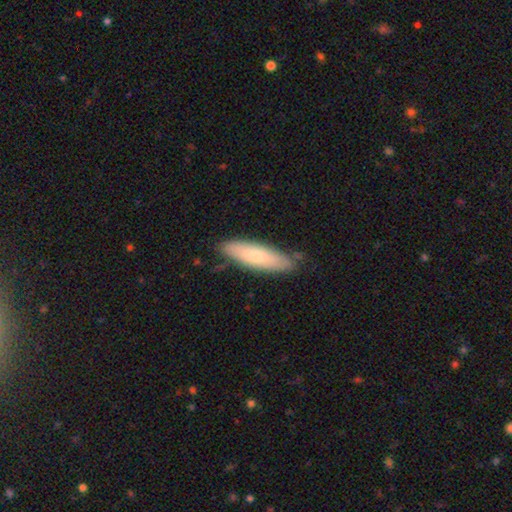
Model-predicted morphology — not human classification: smooth_or_featured: smooth (p=0.73) [alt: featured or disk p=0.21]
how_rounded: cigar-shaped (p=0.60) [alt: in between p=0.38]
merging: none (p=0.79) [alt: minor disturbance p=0.17]